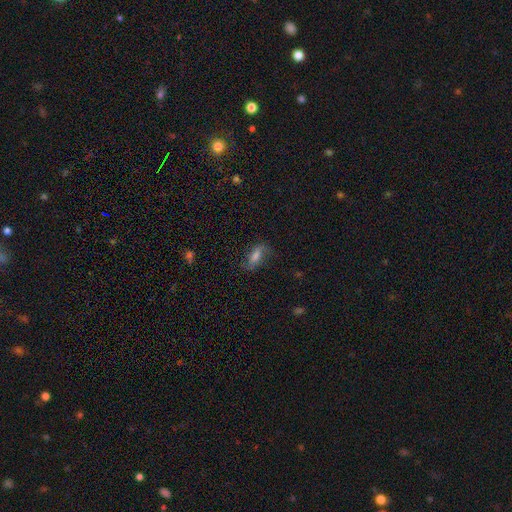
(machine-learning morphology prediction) Q: Smooth or featured?
A: smooth (49%); runner-up: featured or disk (38%)
Q: Merging?
A: none (69%); runner-up: minor disturbance (20%)